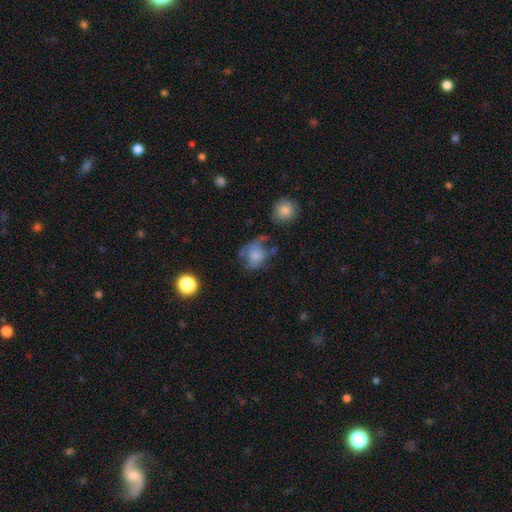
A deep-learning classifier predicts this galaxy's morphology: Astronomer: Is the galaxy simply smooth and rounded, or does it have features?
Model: smooth — 65%.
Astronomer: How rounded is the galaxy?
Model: round — 54% (runner-up: in between, 45%).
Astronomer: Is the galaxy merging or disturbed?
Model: major disturbance — 31%, tied with none at 31%.